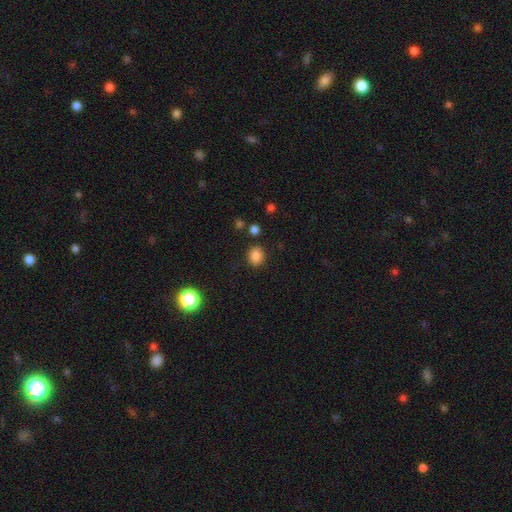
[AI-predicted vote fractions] Q: Smooth or featured?
A: smooth (84%); runner-up: star or artifact (12%)
Q: How rounded?
A: round (58%); runner-up: in between (41%)
Q: Merging?
A: none (84%); runner-up: minor disturbance (10%)